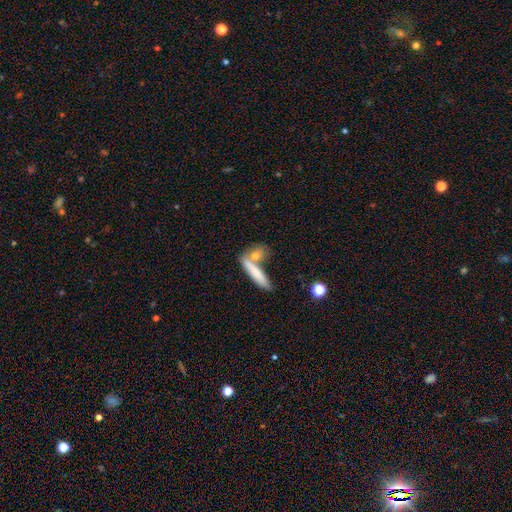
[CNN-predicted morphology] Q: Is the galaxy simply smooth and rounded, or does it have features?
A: smooth — 75%.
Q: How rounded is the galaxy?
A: cigar-shaped — 57%.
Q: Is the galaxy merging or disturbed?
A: none — 52%.